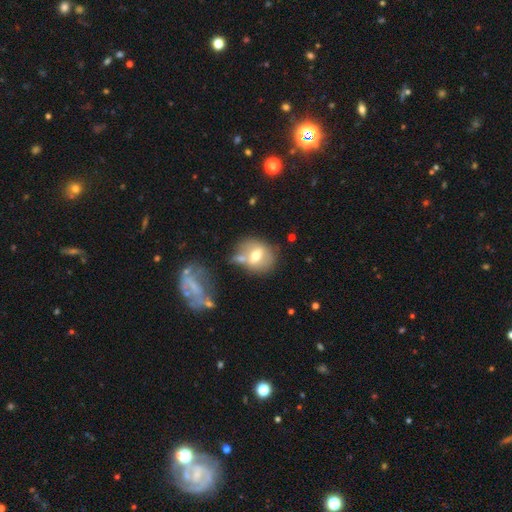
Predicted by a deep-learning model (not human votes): Smooth or featured: smooth — 49% (featured or disk — 42%)
Merging: none — 51% (merger — 25%)